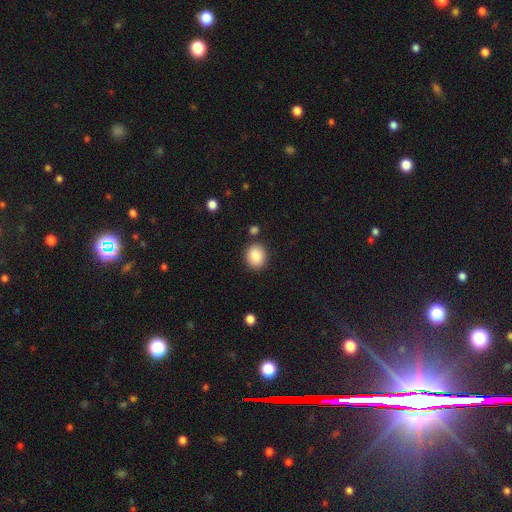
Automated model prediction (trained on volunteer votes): Q: Smooth or featured?
A: smooth (86%); runner-up: star or artifact (8%)
Q: How rounded?
A: round (74%); runner-up: in between (25%)
Q: Merging?
A: none (86%); runner-up: minor disturbance (8%)